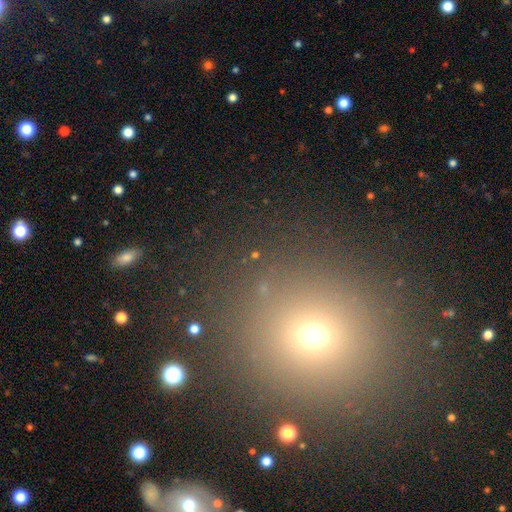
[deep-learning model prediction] Smooth or featured? star or artifact (49%)